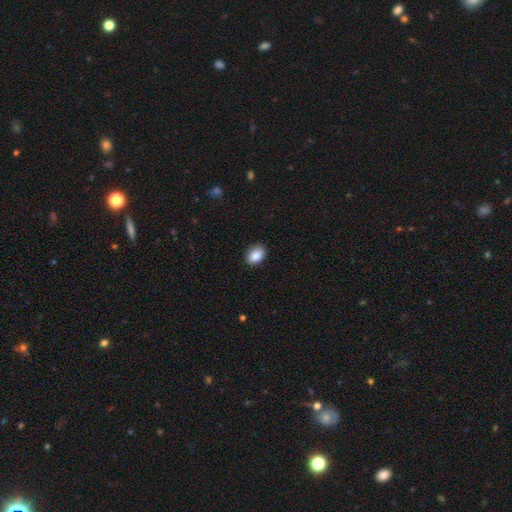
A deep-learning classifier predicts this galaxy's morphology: smooth-or-featured: smooth: 89% | star or artifact: 8% | featured or disk: 3%
  how-rounded: in between: 76% | round: 23% | cigar-shaped: 1%
  merging: none: 88% | minor disturbance: 10% | major disturbance: 2% | merger: 1%